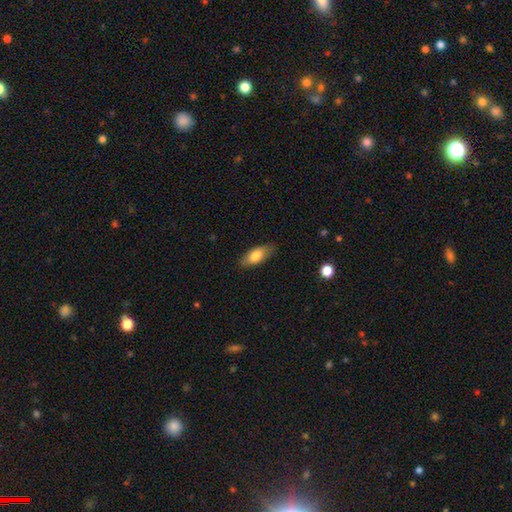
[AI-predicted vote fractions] This is likely a smooth galaxy (77%). How rounded: clearly in between (81%). Merging: clearly none (84%).